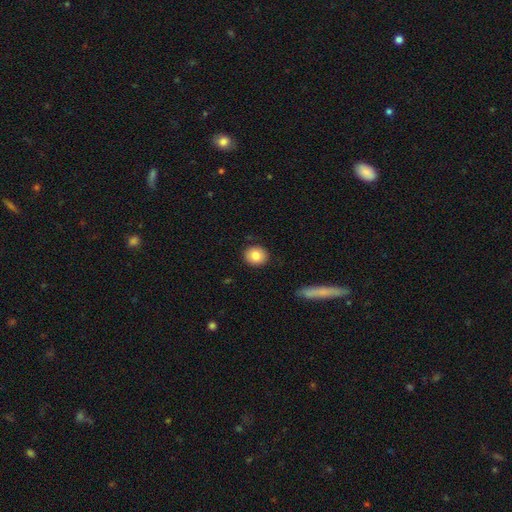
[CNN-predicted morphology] Smooth or featured? smooth (82%)
How rounded? round (80%)
Merging? none (89%)